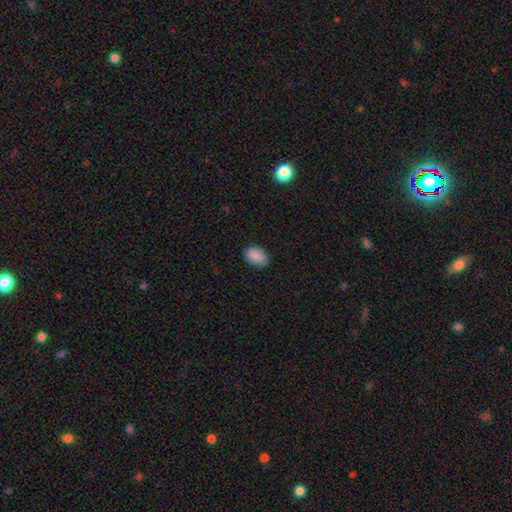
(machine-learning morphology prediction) The model was most divided on "merging": none: 84%, minor disturbance: 12%, major disturbance: 2%, merger: 1%. More confident: smooth or featured — smooth (89%); how rounded — in between (87%).